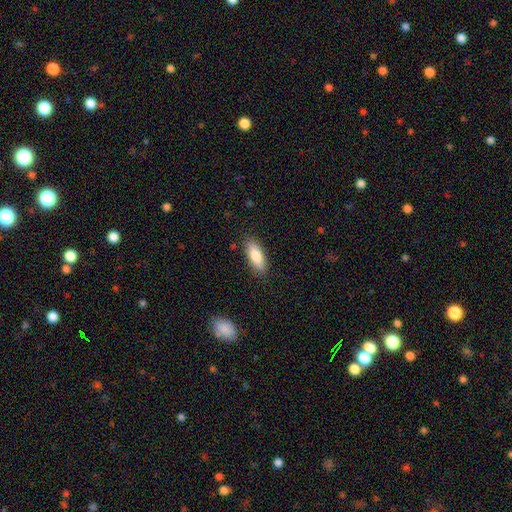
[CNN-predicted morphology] type=smooth (81%); roundness=in between (70%); merging=none (86%).